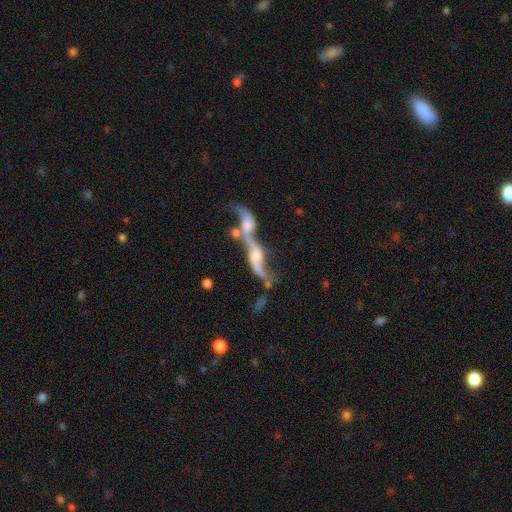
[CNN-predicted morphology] This appears to be a featured or disk galaxy (72%). Merging: merger (69%).